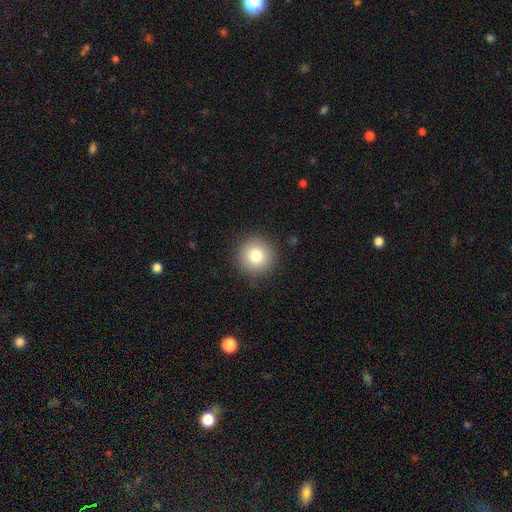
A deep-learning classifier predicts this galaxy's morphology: This is clearly a smooth galaxy (80%). How rounded: clearly round (95%). Merging: clearly none (89%).